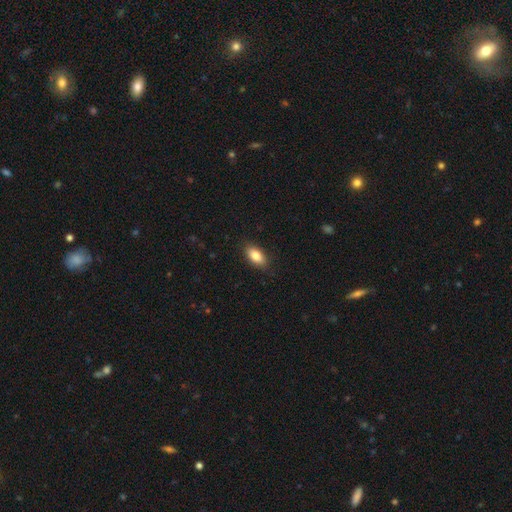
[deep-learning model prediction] Smooth or featured? smooth (83%)
How rounded? in between (89%)
Merging? none (87%)